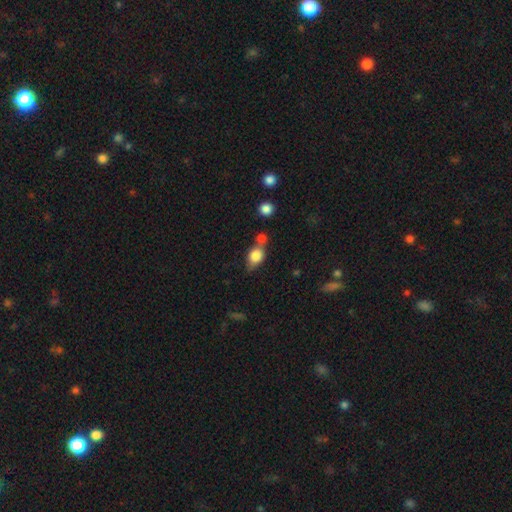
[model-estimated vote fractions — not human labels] Smooth or featured? smooth (80%)
How rounded? in between (59%)
Merging? none (45%)